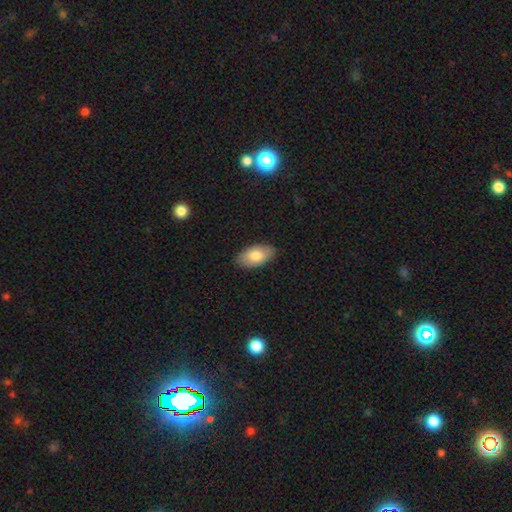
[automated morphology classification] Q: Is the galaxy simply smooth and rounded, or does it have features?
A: smooth — 80%.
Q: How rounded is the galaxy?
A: in between — 94%.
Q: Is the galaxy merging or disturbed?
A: none — 87%.